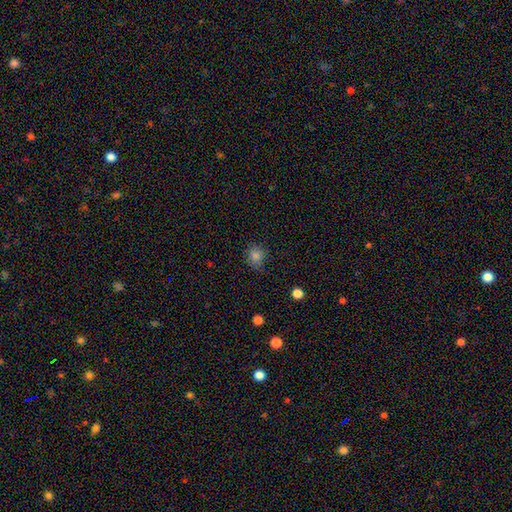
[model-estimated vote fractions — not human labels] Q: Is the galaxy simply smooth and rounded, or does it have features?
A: smooth — 80%.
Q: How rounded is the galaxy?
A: round — 76%.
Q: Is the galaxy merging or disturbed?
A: none — 77%.